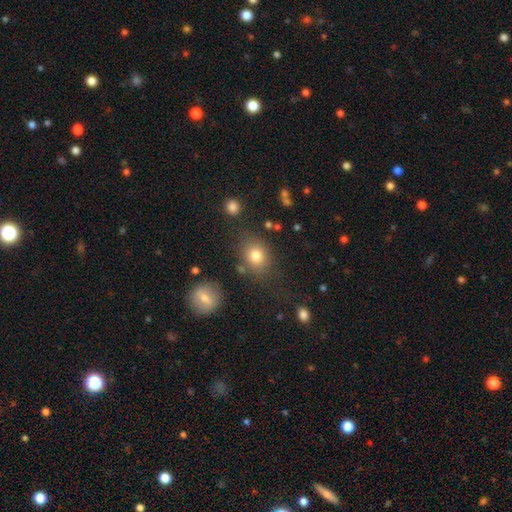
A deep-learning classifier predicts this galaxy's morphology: A smooth galaxy with no disk features (79%) that is round (55%).

Vote fractions:
- Smooth or featured? smooth: 79% / star or artifact: 12% / featured or disk: 9%
- How rounded? round: 55% / in between: 44% / cigar-shaped: 1%
- Merging? none: 74% / minor disturbance: 14% / merger: 7% / major disturbance: 6%